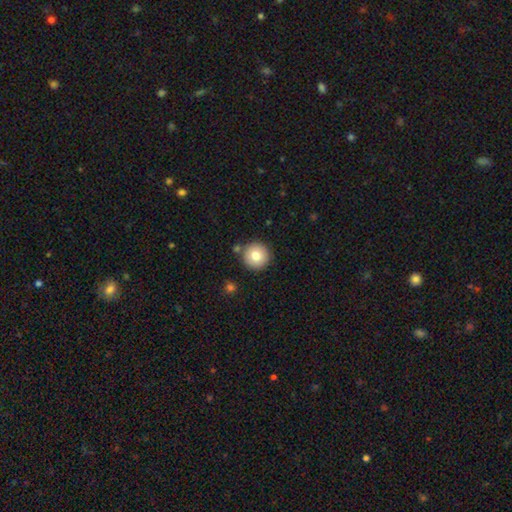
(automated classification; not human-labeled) Smooth or featured? Predicted: smooth (p=0.79). How rounded? Predicted: round (p=0.96). Merging? Predicted: none (p=0.84).